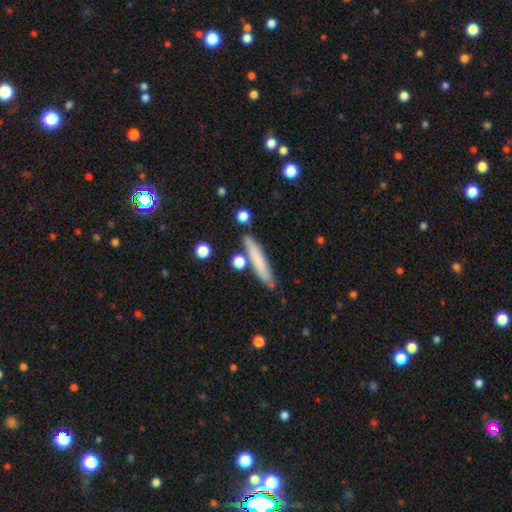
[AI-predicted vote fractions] The model was most divided on "smooth or featured": smooth: 72%, featured or disk: 20%, star or artifact: 8%. More confident: how rounded — cigar-shaped (91%); merging — none (80%).